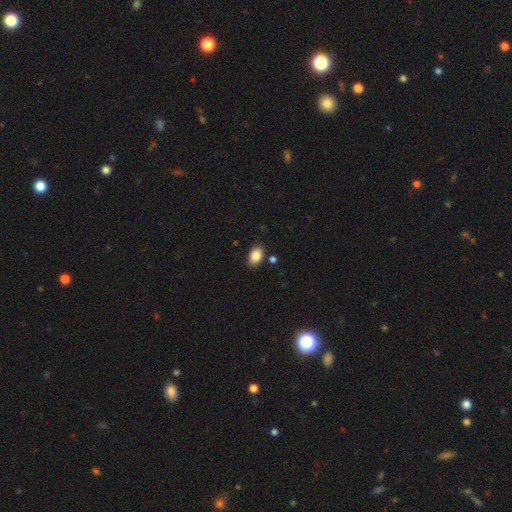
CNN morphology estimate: Smooth or featured: smooth — 87% (star or artifact — 8%)
How rounded: in between — 85% (round — 14%)
Merging: none — 85% (minor disturbance — 9%)